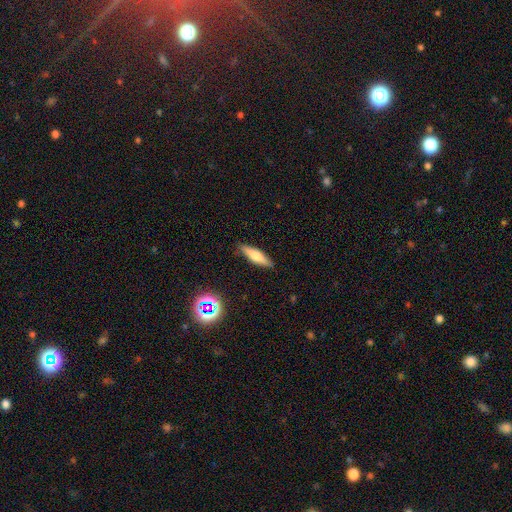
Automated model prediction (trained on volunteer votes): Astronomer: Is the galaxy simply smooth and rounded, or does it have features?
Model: smooth — 60%.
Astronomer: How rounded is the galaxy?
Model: cigar-shaped — 65%.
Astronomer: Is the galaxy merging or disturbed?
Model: none — 88%.